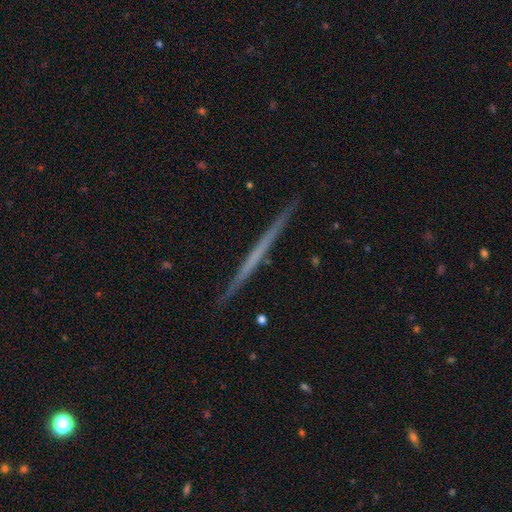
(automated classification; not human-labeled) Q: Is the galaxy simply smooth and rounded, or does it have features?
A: featured or disk — 61%.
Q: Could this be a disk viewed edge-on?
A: yes — 98%.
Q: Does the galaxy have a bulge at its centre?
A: none — 94%.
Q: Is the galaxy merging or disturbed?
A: none — 92%.